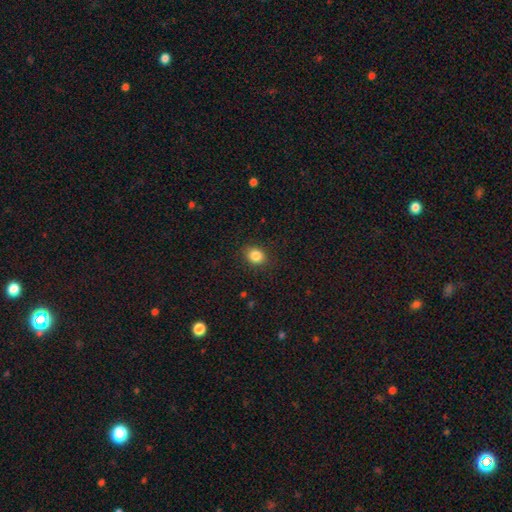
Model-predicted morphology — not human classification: Smooth or featured? smooth (86%)
How rounded? round (58%)
Merging? none (86%)